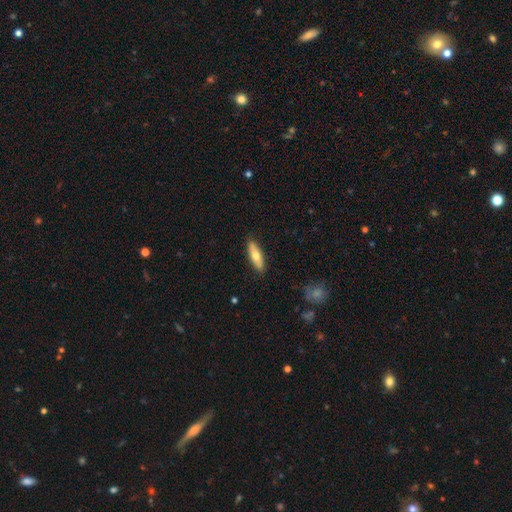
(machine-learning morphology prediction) This is likely a smooth galaxy (67%). How rounded: possibly cigar-shaped (52%). Merging: clearly none (89%).